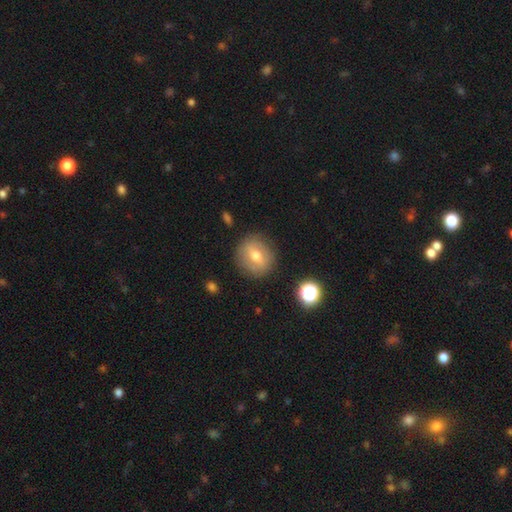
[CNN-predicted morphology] A smooth galaxy with no disk features (54%) that is round (77%).

Vote fractions:
- Smooth or featured? smooth: 54% / featured or disk: 36% / star or artifact: 10%
- How rounded? round: 77% / in between: 22% / cigar-shaped: 1%
- Merging? none: 84% / minor disturbance: 11% / major disturbance: 4% / merger: 2%